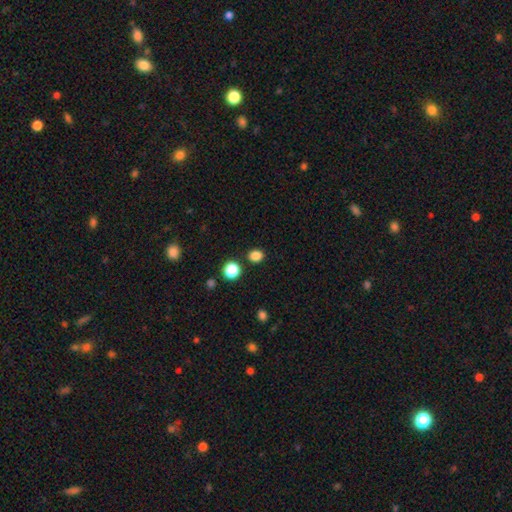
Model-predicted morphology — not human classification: A smooth galaxy with no disk features (83%) that is round (71%).

Vote fractions:
- Smooth or featured? smooth: 83% / star or artifact: 13% / featured or disk: 3%
- How rounded? round: 71% / in between: 28% / cigar-shaped: 1%
- Merging? none: 86% / minor disturbance: 7% / merger: 4% / major disturbance: 2%